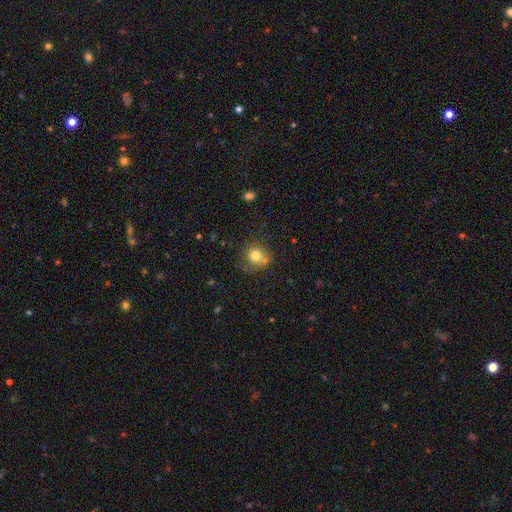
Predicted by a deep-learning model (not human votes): A smooth galaxy with no disk features (78%) that is round (85%). Merging: none (65%).